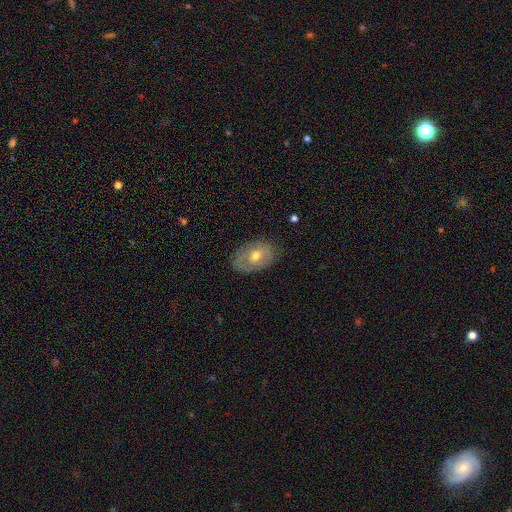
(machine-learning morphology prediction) This is possibly a featured or disk galaxy (52%). It is clearly not viewed edge-on (92%). Merging: likely none (75%).